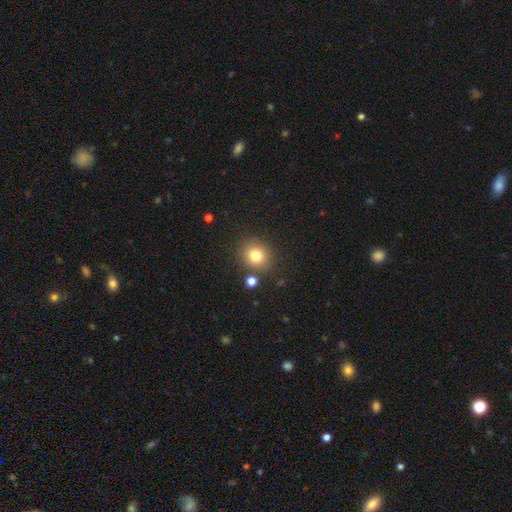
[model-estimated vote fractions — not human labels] Smooth or featured?
  - smooth: 80% *
  - star or artifact: 13%
  - featured or disk: 8%
How rounded?
  - round: 81% *
  - in between: 18%
  - cigar-shaped: 1%
Merging?
  - none: 82% *
  - minor disturbance: 8%
  - merger: 6%
  - major disturbance: 3%